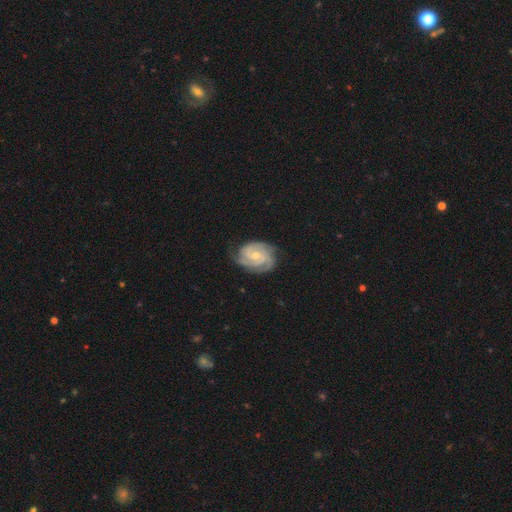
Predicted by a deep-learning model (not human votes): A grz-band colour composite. It shows a featured or disk galaxy (90%) with no bar (50%), 3 (44%) tight (69%) spiral arms (98%) and a small central bulge (51%). Merging: none (74%).